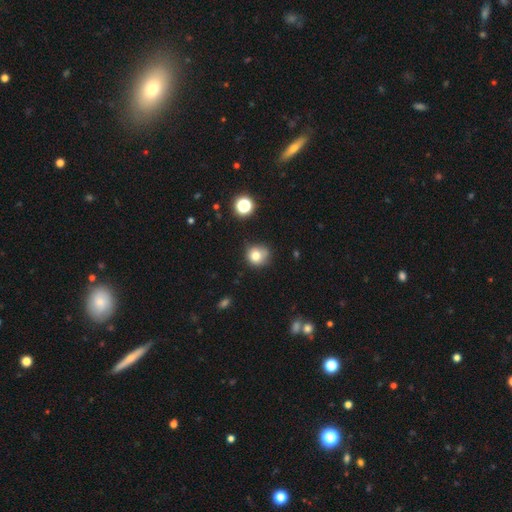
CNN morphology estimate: smooth 78%, star or artifact 13%, featured or disk 9%. Down the decision tree: how rounded — round (85%); merging — none (66%).